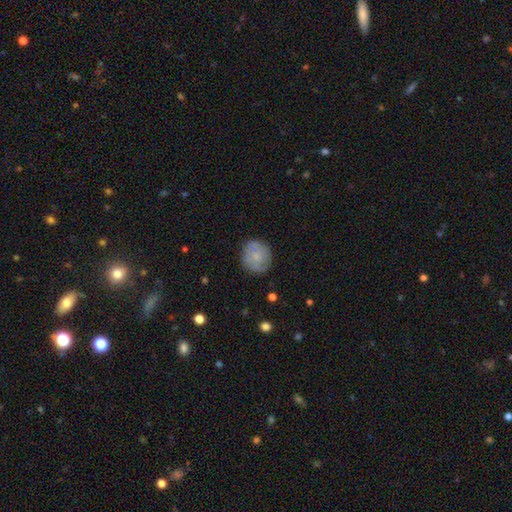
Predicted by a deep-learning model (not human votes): smooth 70%, featured or disk 23%, star or artifact 7%. Down the decision tree: how rounded — round (86%); merging — none (78%).